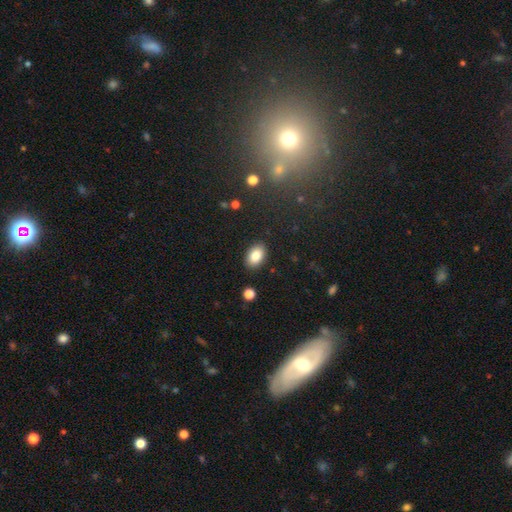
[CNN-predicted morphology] type=smooth (85%); roundness=in between (89%); merging=none (89%).